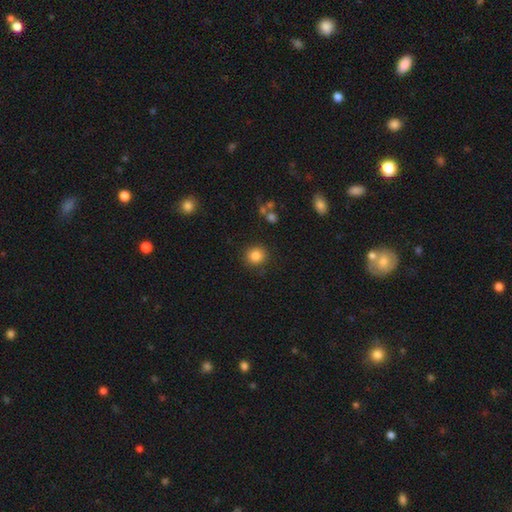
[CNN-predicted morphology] Q: Smooth or featured?
A: smooth (85%); runner-up: star or artifact (11%)
Q: How rounded?
A: round (89%); runner-up: in between (10%)
Q: Merging?
A: none (86%); runner-up: minor disturbance (9%)